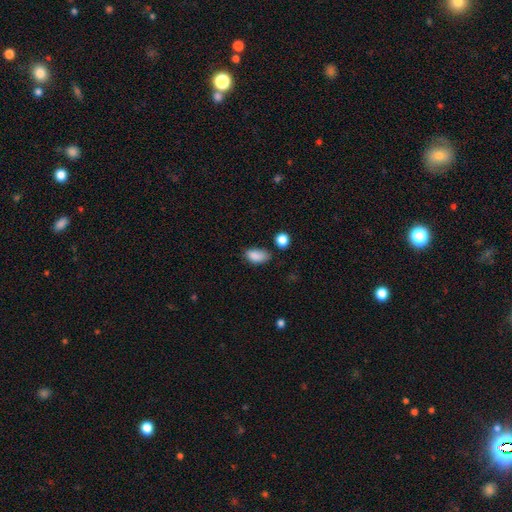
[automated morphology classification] Smooth or featured? smooth (87%)
How rounded? in between (91%)
Merging? none (61%)